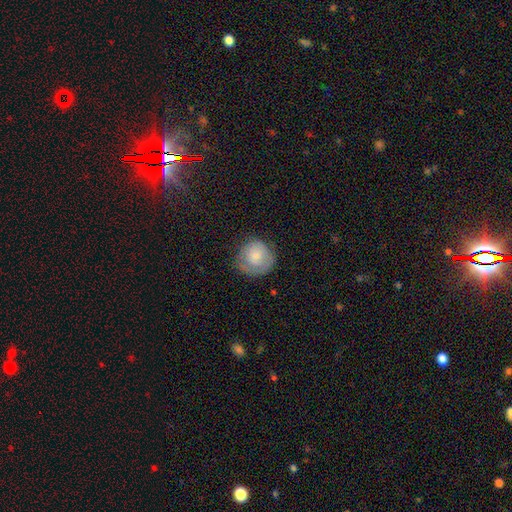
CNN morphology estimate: The model was most divided on "merging": none: 63%, minor disturbance: 26%, major disturbance: 10%, merger: 1%. More confident: how rounded — round (89%); smooth or featured — smooth (71%).